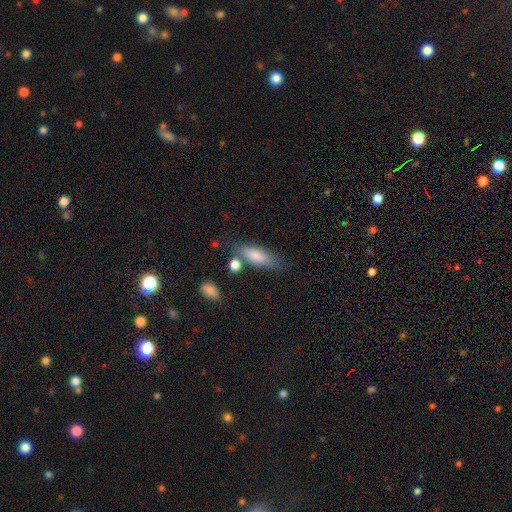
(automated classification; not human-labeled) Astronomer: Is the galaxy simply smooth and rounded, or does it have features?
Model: smooth — 81%.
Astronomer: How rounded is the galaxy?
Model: in between — 64%.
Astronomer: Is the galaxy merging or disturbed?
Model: none — 62%.